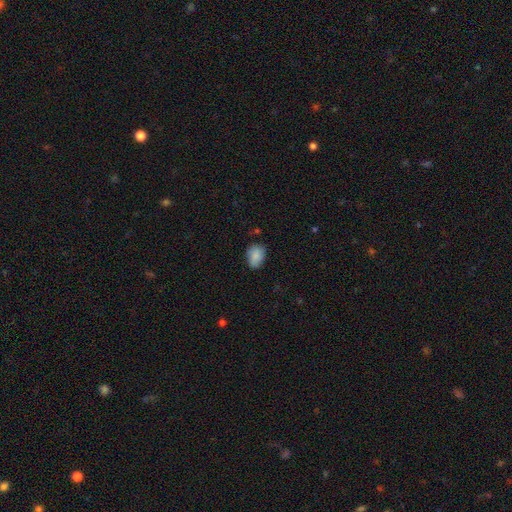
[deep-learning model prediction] smooth 84%, featured or disk 8%, star or artifact 8%. Down the decision tree: how rounded — in between (74%); merging — none (64%).